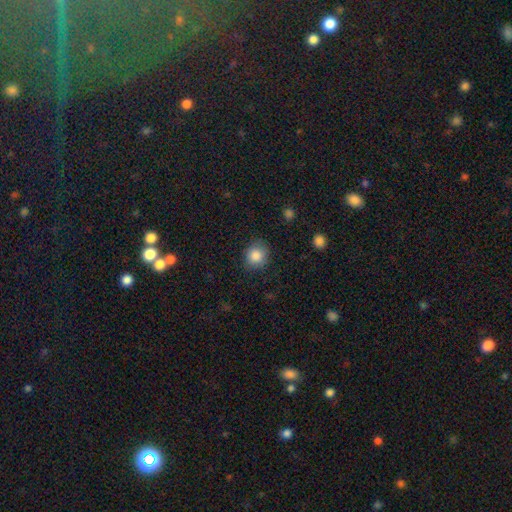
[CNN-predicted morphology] A smooth galaxy with no disk features (86%) that is round (83%). Merging: none (83%).